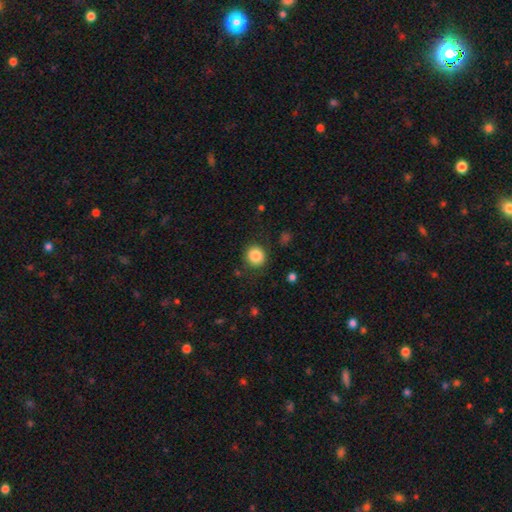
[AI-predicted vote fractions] Q: Smooth or featured?
A: smooth (85%); runner-up: star or artifact (10%)
Q: How rounded?
A: round (88%); runner-up: in between (11%)
Q: Merging?
A: none (86%); runner-up: minor disturbance (9%)